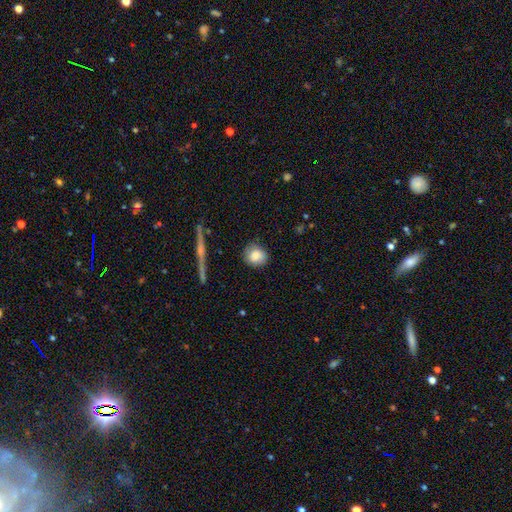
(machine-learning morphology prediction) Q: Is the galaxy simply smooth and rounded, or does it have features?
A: smooth — 82%.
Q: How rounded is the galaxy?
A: round — 79%.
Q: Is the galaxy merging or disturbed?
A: none — 80%.